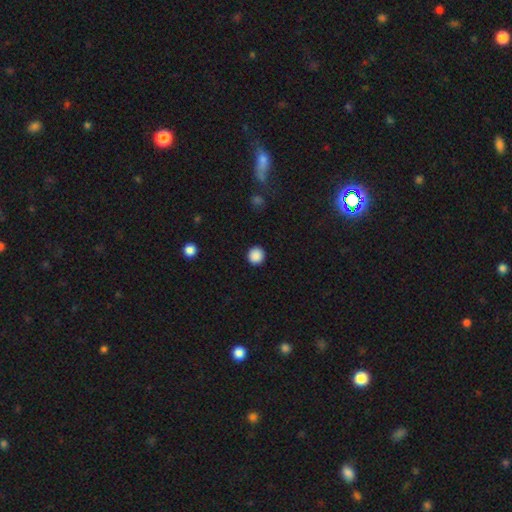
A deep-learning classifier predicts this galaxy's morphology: Q: Smooth or featured?
A: smooth (89%); runner-up: star or artifact (9%)
Q: How rounded?
A: round (95%); runner-up: in between (4%)
Q: Merging?
A: none (93%); runner-up: minor disturbance (4%)